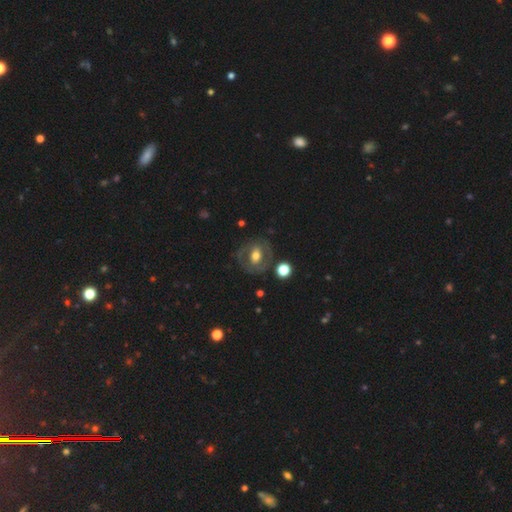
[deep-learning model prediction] A featured or disk galaxy (58%) with no bar (46%), no spiral arms (65%) and a moderate central bulge (69%).

Vote fractions:
- Smooth or featured? featured or disk: 58% / smooth: 35% / star or artifact: 7%
- Edge-on disk? no: 94% / yes: 6%
- Bar? no: 46% / weak: 33% / strong: 21%
- Spiral arms? no: 65% / yes: 35%
- Bulge size? moderate: 69% / large: 17% / small: 12% / dominant: 1% / none: 1%
- Merging? none: 73% / minor disturbance: 15% / major disturbance: 9% / merger: 3%